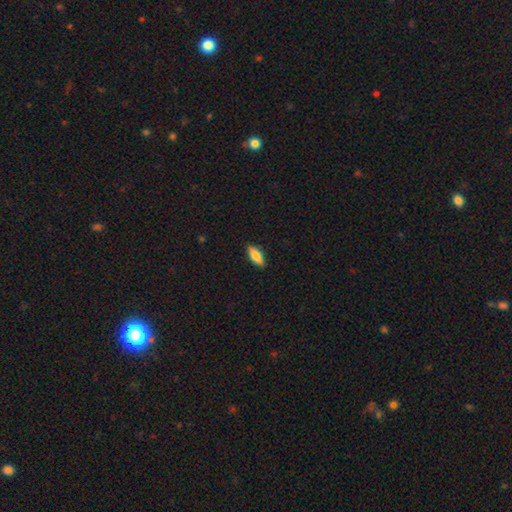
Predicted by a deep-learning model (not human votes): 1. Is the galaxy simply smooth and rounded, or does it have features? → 75% smooth, 19% featured or disk, 6% star or artifact.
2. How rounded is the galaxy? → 71% in between, 26% cigar-shaped, 2% round.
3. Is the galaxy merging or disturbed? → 87% none, 10% minor disturbance, 2% major disturbance, 1% merger.